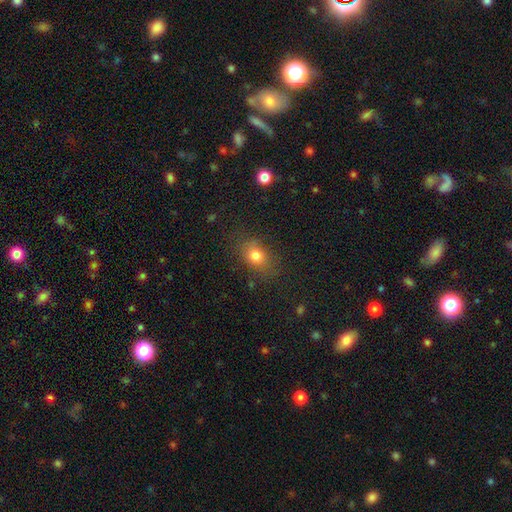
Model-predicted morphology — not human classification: Smooth or featured?
  - smooth: 77% *
  - star or artifact: 13%
  - featured or disk: 10%
How rounded?
  - in between: 61% *
  - round: 37%
  - cigar-shaped: 2%
Merging?
  - none: 75% *
  - minor disturbance: 16%
  - major disturbance: 7%
  - merger: 2%